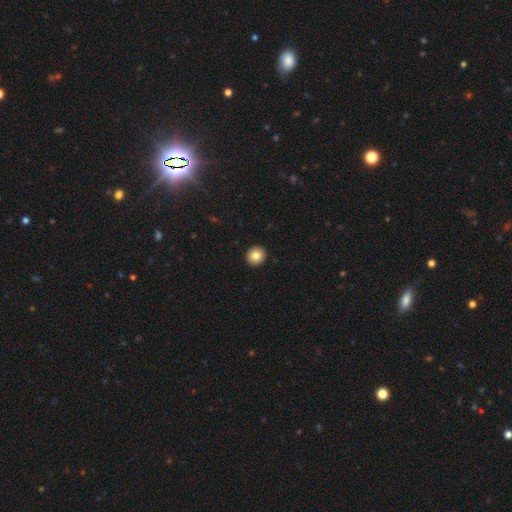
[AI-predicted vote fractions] The model was most divided on "smooth or featured": smooth: 82%, star or artifact: 9%, featured or disk: 8%. More confident: merging — none (93%); how rounded — round (88%).